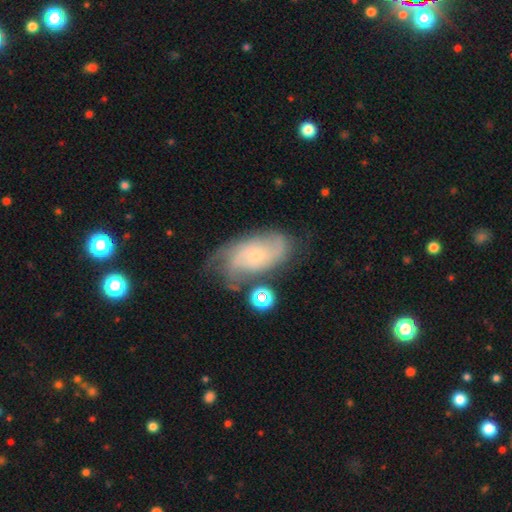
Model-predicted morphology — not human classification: Smooth or featured?
  - featured or disk: 69% *
  - smooth: 23%
  - star or artifact: 8%
Edge-on disk?
  - no: 95% *
  - yes: 5%
Bar?
  - no: 67% *
  - weak: 29%
  - strong: 4%
Spiral arms?
  - yes: 91% *
  - no: 9%
Spiral winding?
  - medium: 42% *
  - tight: 39%
  - loose: 19%
Spiral arm count?
  - can't tell: 37% *
  - 2: 34%
  - 3: 14%
  - 4: 6%
  - 1: 5%
  - more than 4: 4%
Bulge size?
  - small: 64% *
  - moderate: 19%
  - none: 12%
  - large: 3%
  - dominant: 1%
Merging?
  - none: 54% *
  - minor disturbance: 25%
  - major disturbance: 14%
  - merger: 6%